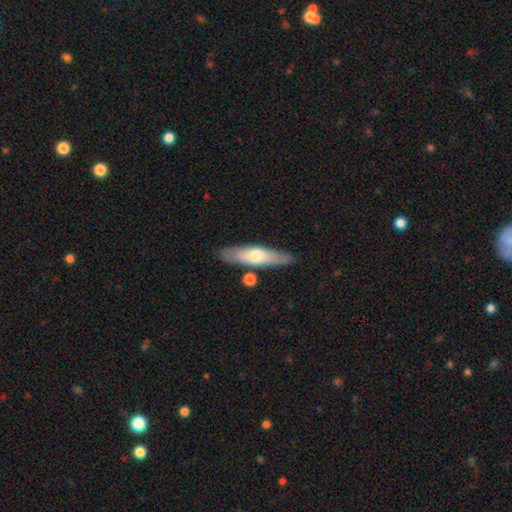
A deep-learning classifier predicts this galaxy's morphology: smooth_or_featured: smooth (p=0.53) [alt: featured or disk p=0.42]
how_rounded: cigar-shaped (p=0.75) [alt: in between p=0.23]
merging: none (p=0.82) [alt: minor disturbance p=0.11]